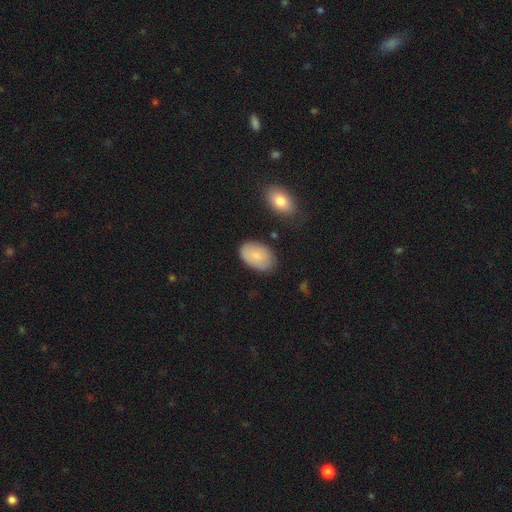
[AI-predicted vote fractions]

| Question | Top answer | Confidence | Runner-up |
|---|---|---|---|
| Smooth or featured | smooth | 80% | featured or disk (14%) |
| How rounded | in between | 91% | round (8%) |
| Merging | none | 77% | minor disturbance (17%) |